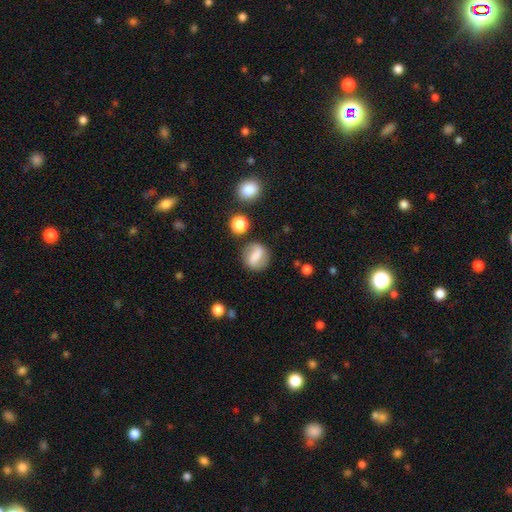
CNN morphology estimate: The model was most divided on "smooth or featured": smooth: 48%, featured or disk: 43%, star or artifact: 9%. More confident: merging — none (77%).